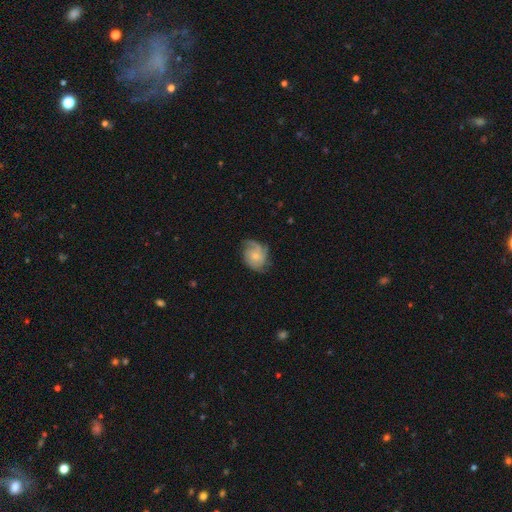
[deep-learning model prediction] Q: Smooth or featured?
A: featured or disk (66%); runner-up: smooth (28%)
Q: Edge-on disk?
A: no (97%); runner-up: yes (3%)
Q: Bar?
A: no (76%); runner-up: weak (21%)
Q: Spiral arms?
A: yes (91%); runner-up: no (9%)
Q: Spiral winding?
A: tight (45%); runner-up: medium (38%)
Q: Spiral arm count?
A: 2 (28%); tied with: can't tell (28%)
Q: Bulge size?
A: small (59%); runner-up: moderate (31%)
Q: Merging?
A: none (61%); runner-up: minor disturbance (25%)